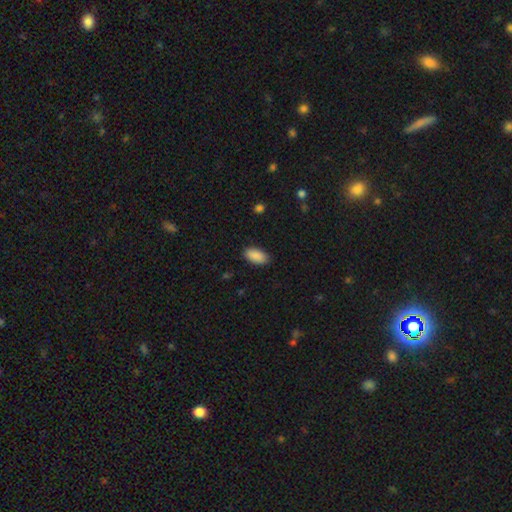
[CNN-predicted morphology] This appears to be a smooth galaxy with no disk features (90%) that is in between round and cigar-shaped (94%). Merging: none (88%).